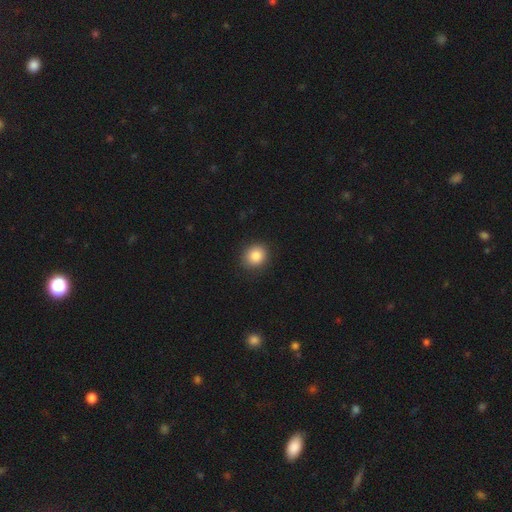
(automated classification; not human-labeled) This is clearly a smooth galaxy (86%). How rounded: likely round (70%). Merging: clearly none (88%).